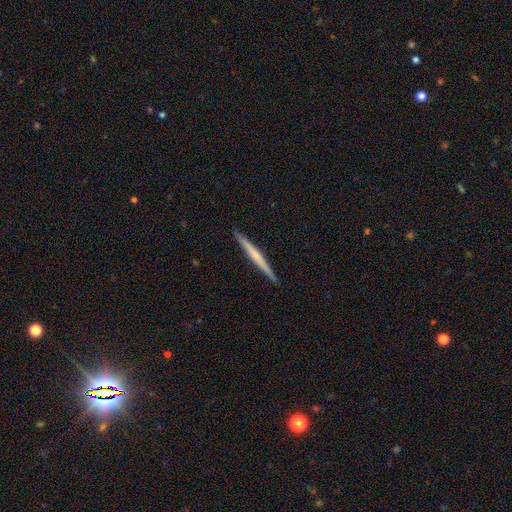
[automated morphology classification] smooth_or_featured: featured or disk (p=0.54) [alt: smooth p=0.40]
disk_edge_on: yes (p=0.98) [alt: no p=0.02]
edge_on_bulge: none (p=0.66) [alt: rounded p=0.26]
merging: none (p=0.92) [alt: minor disturbance p=0.06]